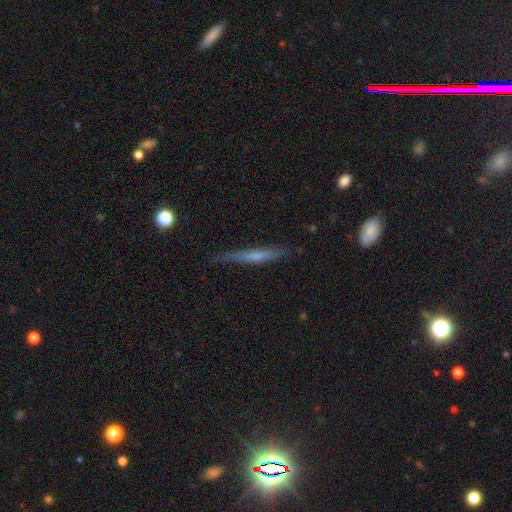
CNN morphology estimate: The model was most divided on "smooth or featured": featured or disk: 50%, smooth: 43%, star or artifact: 7%. More confident: merging — none (79%).